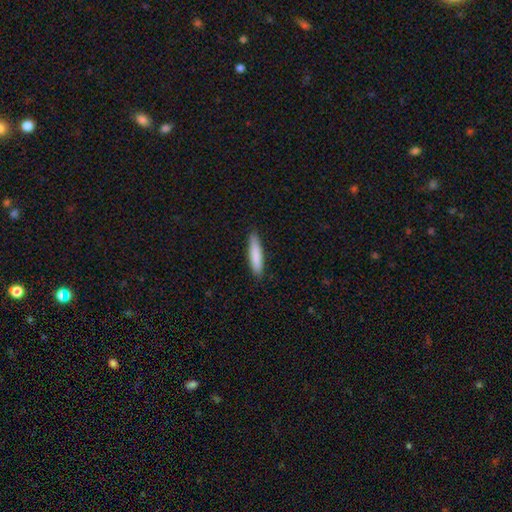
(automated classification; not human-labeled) This is clearly a smooth galaxy (85%). How rounded: clearly cigar-shaped (82%). Merging: clearly none (88%).